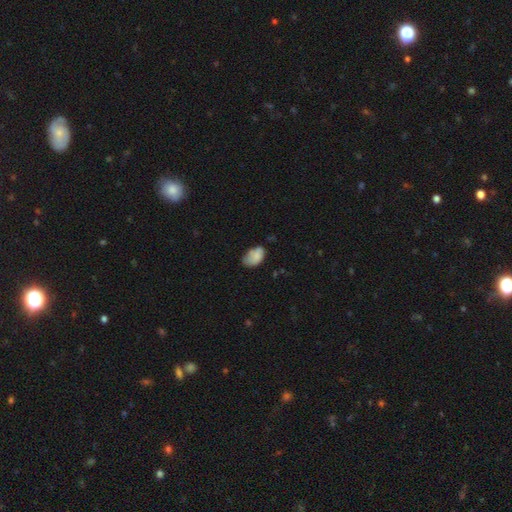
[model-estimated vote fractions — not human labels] A smooth galaxy with no disk features (82%) that is in between round and cigar-shaped (90%).

Vote fractions:
- Smooth or featured? smooth: 82% / featured or disk: 10% / star or artifact: 8%
- How rounded? in between: 90% / round: 9% / cigar-shaped: 1%
- Merging? none: 49% / minor disturbance: 38% / major disturbance: 10% / merger: 4%